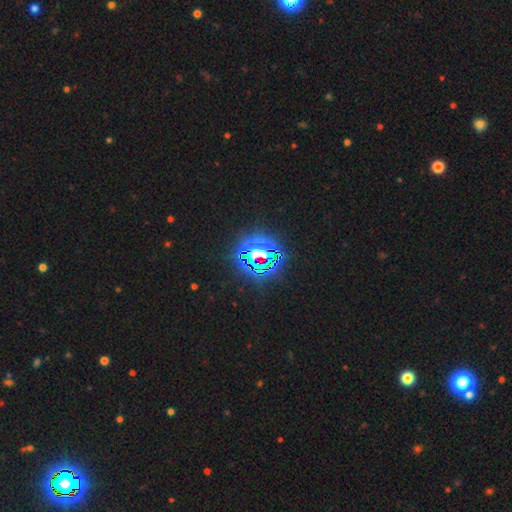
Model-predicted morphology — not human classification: type=star or artifact (77%).